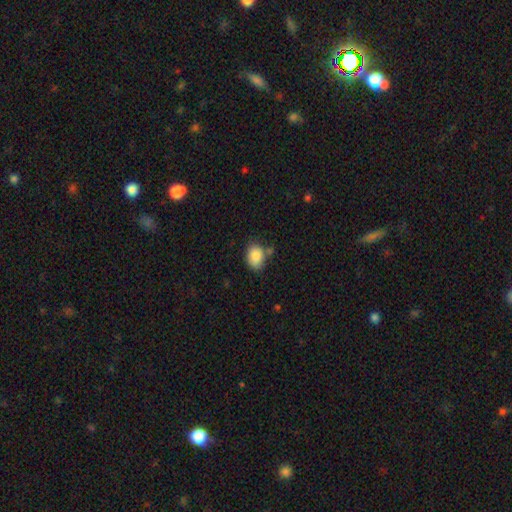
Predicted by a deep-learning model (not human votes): smooth_or_featured: smooth (p=0.87) [alt: star or artifact p=0.08]
how_rounded: in between (p=0.71) [alt: round p=0.28]
merging: none (p=0.66) [alt: minor disturbance p=0.21]